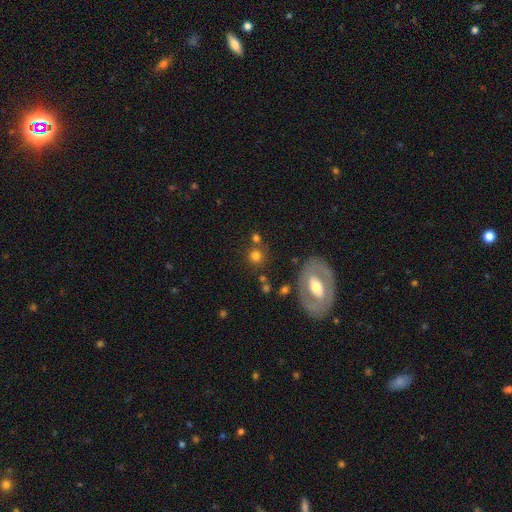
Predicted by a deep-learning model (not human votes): The model was most divided on "merging": none: 71%, merger: 15%, minor disturbance: 9%, major disturbance: 5%. More confident: how rounded — round (89%); smooth or featured — smooth (72%).